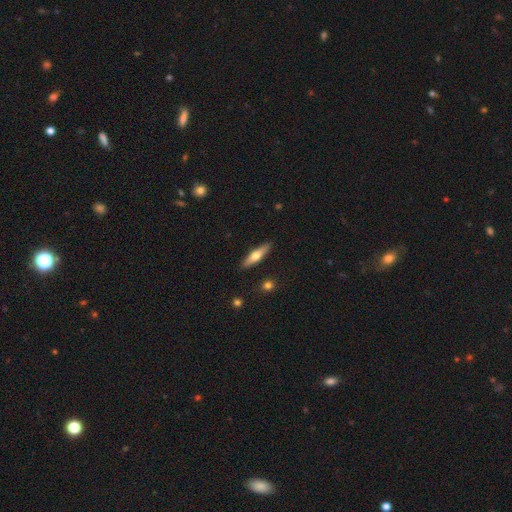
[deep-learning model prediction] This appears to be a smooth galaxy with no disk features (49%). Merging: none (89%).